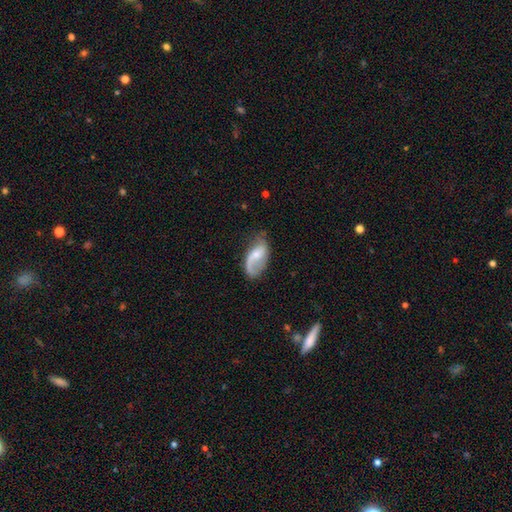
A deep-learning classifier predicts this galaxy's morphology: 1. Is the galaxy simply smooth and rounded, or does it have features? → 66% featured or disk, 28% smooth, 6% star or artifact.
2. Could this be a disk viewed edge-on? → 96% no, 4% yes.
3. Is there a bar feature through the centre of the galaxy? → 52% no, 39% weak, 9% strong.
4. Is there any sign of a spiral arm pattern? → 90% yes, 10% no.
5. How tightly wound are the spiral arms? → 59% loose, 30% medium, 10% tight.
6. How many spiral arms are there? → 50% 2, 42% 1, 6% can't tell, 1% 3, 1% 4, 1% more than 4.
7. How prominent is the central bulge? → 48% small, 35% moderate, 12% none, 4% large, 1% dominant.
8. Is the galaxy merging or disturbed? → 52% none, 26% minor disturbance, 19% major disturbance, 2% merger.